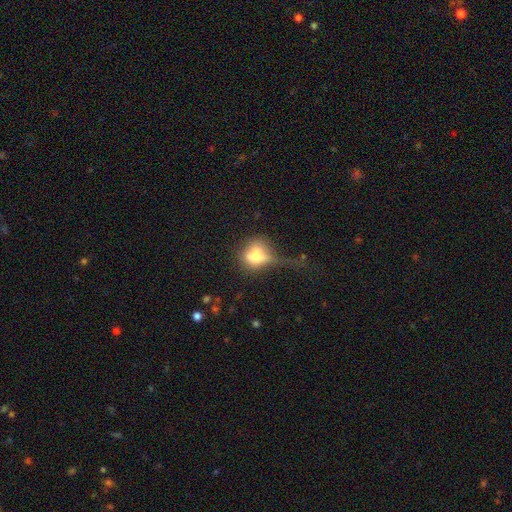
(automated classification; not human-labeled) Smooth or featured?
  - smooth: 68% *
  - featured or disk: 21%
  - star or artifact: 11%
How rounded?
  - round: 52% *
  - in between: 45%
  - cigar-shaped: 3%
Merging?
  - major disturbance: 39% *
  - none: 27%
  - minor disturbance: 26%
  - merger: 8%